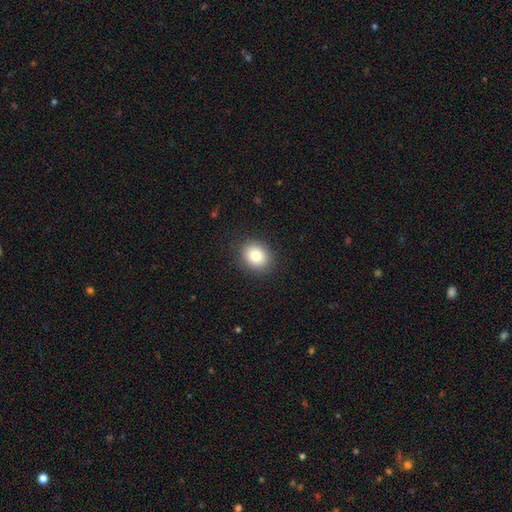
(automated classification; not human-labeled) Smooth or featured: smooth — 85% (star or artifact — 9%)
How rounded: round — 59% (in between — 40%)
Merging: none — 88% (minor disturbance — 9%)